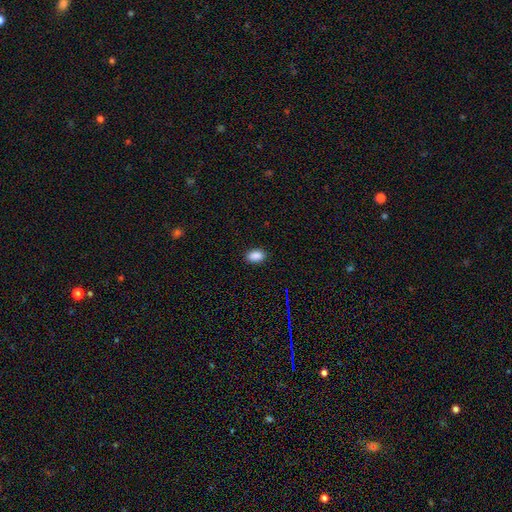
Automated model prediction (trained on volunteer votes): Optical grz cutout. It shows a smooth galaxy with no disk features (88%) that is in between round and cigar-shaped (90%). Merging: none (88%).